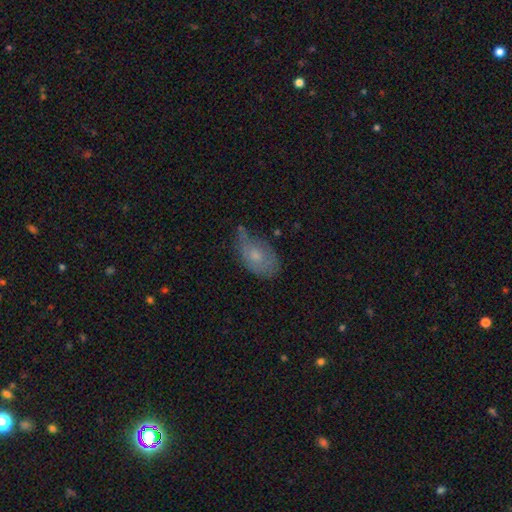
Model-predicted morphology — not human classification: Smooth or featured?
  - smooth: 62% *
  - featured or disk: 29%
  - star or artifact: 9%
How rounded?
  - in between: 88% *
  - round: 9%
  - cigar-shaped: 2%
Merging?
  - minor disturbance: 40% * (tied)
  - none: 40% * (tied)
  - major disturbance: 15%
  - merger: 5%